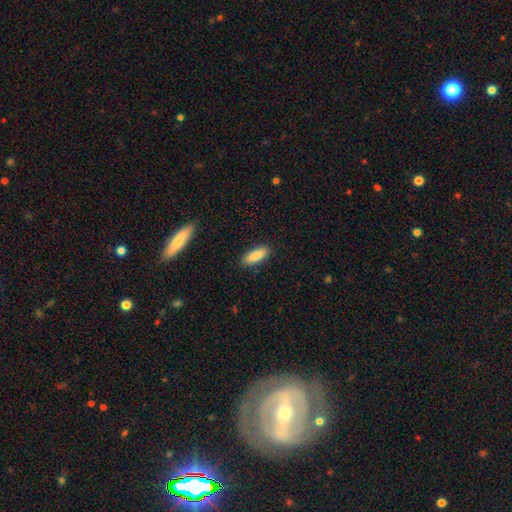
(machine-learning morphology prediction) A smooth galaxy with no disk features (88%) that is in between round and cigar-shaped (67%).

Vote fractions:
- Smooth or featured? smooth: 88% / star or artifact: 6% / featured or disk: 5%
- How rounded? in between: 67% / cigar-shaped: 32% / round: 2%
- Merging? none: 87% / minor disturbance: 9% / major disturbance: 2% / merger: 1%